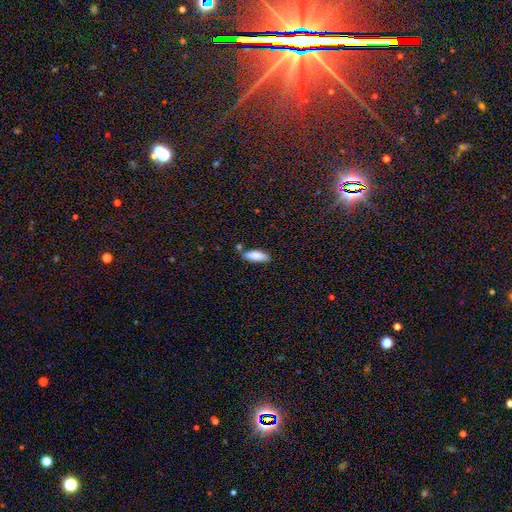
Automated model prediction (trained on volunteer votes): A smooth galaxy with no disk features (85%) that is in between round and cigar-shaped (67%). Merging: none (74%).